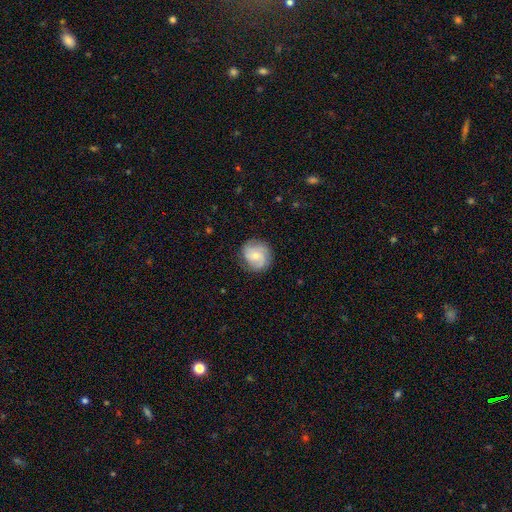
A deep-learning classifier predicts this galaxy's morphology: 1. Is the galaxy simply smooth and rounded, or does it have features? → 59% featured or disk, 34% smooth, 7% star or artifact.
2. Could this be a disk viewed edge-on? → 98% no, 2% yes.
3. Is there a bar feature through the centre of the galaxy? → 70% no, 26% weak, 4% strong.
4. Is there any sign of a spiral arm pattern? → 91% yes, 9% no.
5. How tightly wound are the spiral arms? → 44% tight, 41% medium, 15% loose.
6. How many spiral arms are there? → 33% 2, 31% 3, 22% can't tell, 6% 4, 5% 1, 4% more than 4.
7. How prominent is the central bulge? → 58% small, 36% moderate, 3% none, 2% large, 1% dominant.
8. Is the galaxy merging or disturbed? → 80% none, 15% minor disturbance, 4% major disturbance, 1% merger.